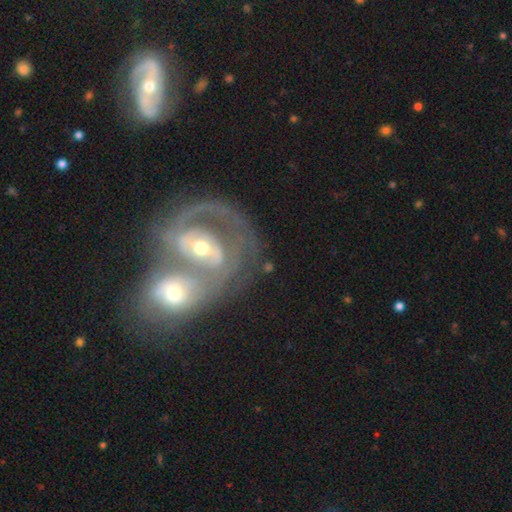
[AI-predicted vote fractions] smooth-or-featured: featured or disk: 81% | smooth: 13% | star or artifact: 7%
  disk-edge-on: no: 96% | yes: 4%
    bar: no: 42% | weak: 35% | strong: 23%
    has-spiral-arms: yes: 80% | no: 20%
      spiral-winding: tight: 49% | medium: 37% | loose: 14%
      spiral-arm-count: 2: 55% | can't tell: 24% | 1: 12% | 3: 5% | 4: 2% | more than 4: 2%
    bulge-size: moderate: 51% | small: 41% | large: 4% | none: 2% | dominant: 2%
  merging: merger: 75% | none: 13% | minor disturbance: 6% | major disturbance: 6%